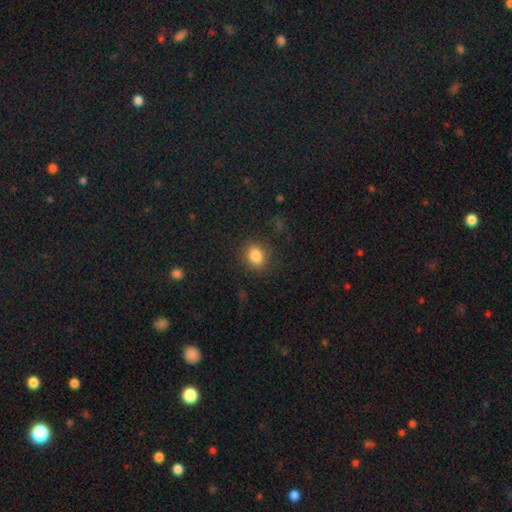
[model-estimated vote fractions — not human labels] Q: Smooth or featured?
A: smooth (85%); runner-up: star or artifact (10%)
Q: How rounded?
A: in between (52%); runner-up: round (47%)
Q: Merging?
A: none (84%); runner-up: minor disturbance (11%)